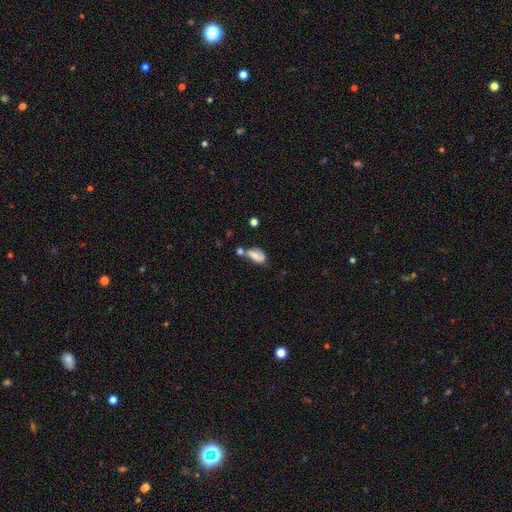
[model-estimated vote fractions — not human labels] This is possibly a smooth galaxy (55%). How rounded: clearly in between (86%). Merging: marginally merger (33%, tied with none).